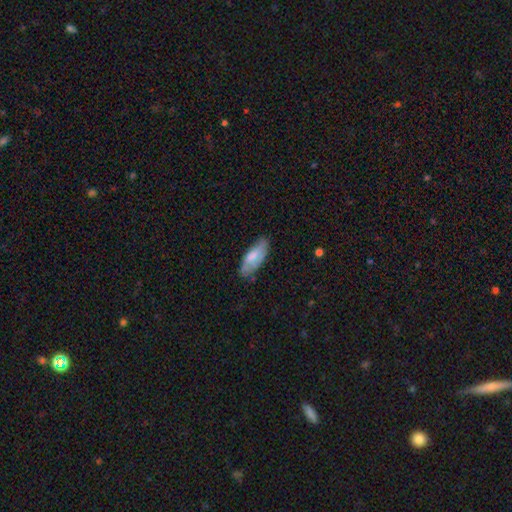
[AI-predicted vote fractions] Morphology: type=smooth (66%); roundness=in between (77%); merging=none (67%).